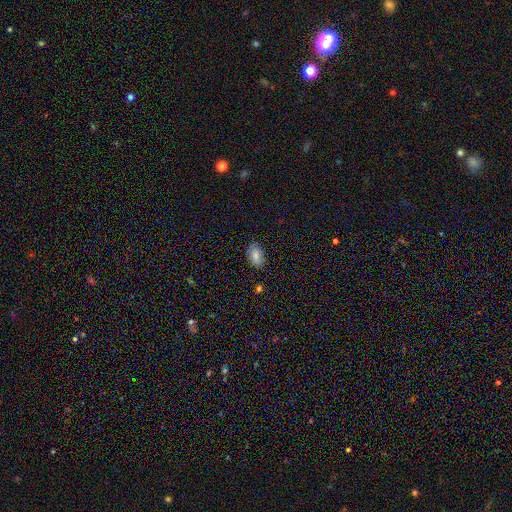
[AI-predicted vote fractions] smooth_or_featured: smooth (p=0.82) [alt: featured or disk p=0.09]
how_rounded: in between (p=0.92) [alt: round p=0.06]
merging: none (p=0.82) [alt: minor disturbance p=0.14]